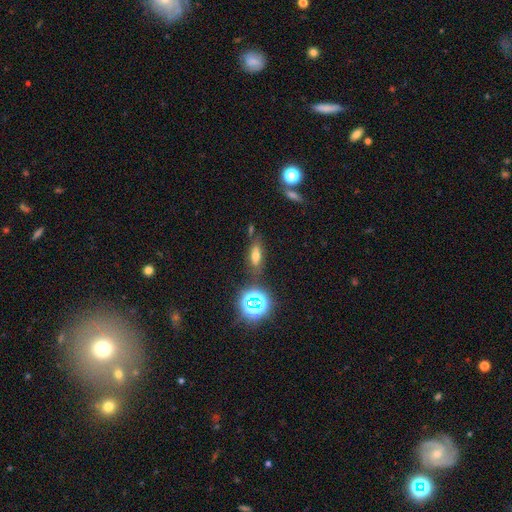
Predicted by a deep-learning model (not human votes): The model was most divided on "smooth or featured": smooth: 55%, star or artifact: 24%, featured or disk: 21%. More confident: merging — none (67%); how rounded — in between (62%).